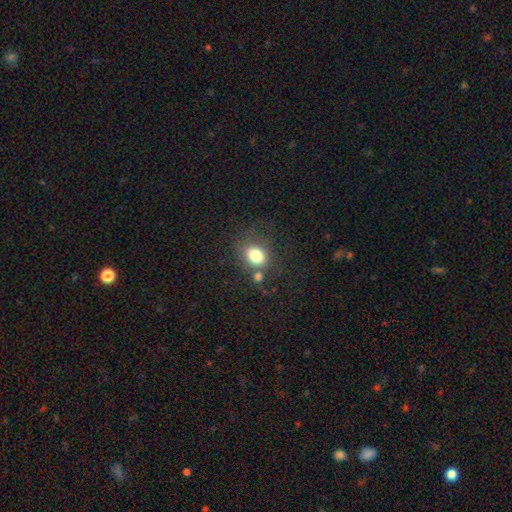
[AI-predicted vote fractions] This appears to be a smooth galaxy with no disk features (81%) that is in between round and cigar-shaped (53%). Merging: none (61%).